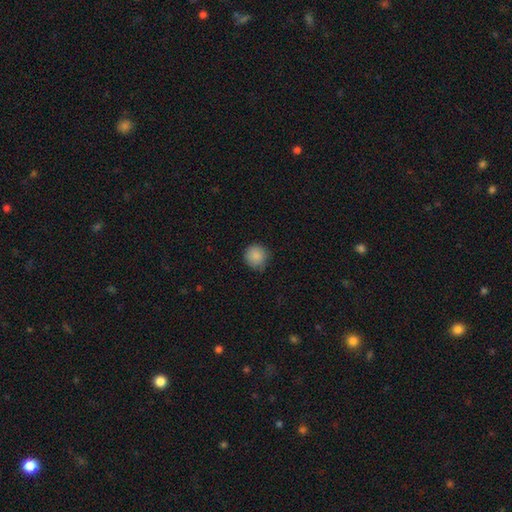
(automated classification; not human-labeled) This is clearly a smooth galaxy (88%). How rounded: clearly round (93%). Merging: likely none (80%).